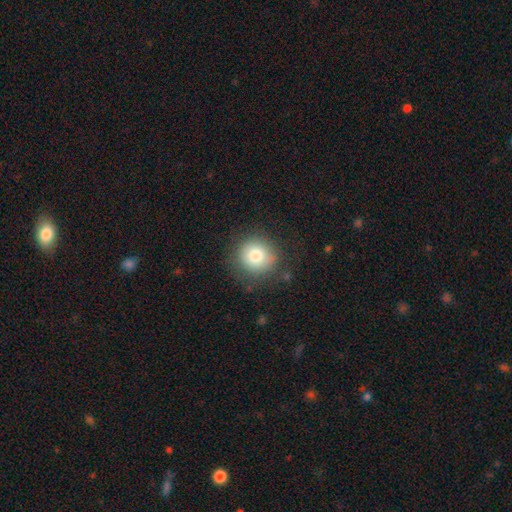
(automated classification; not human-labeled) Q: Smooth or featured?
A: smooth (80%); runner-up: star or artifact (10%)
Q: How rounded?
A: round (91%); runner-up: in between (8%)
Q: Merging?
A: none (83%); runner-up: minor disturbance (11%)